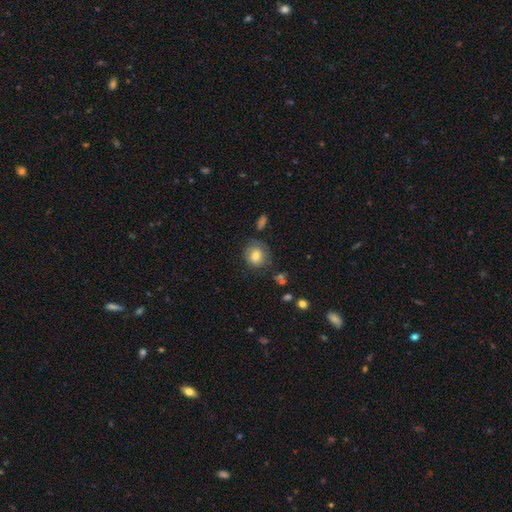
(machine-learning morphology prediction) smooth-or-featured: smooth: 75% | featured or disk: 16% | star or artifact: 10%
  how-rounded: round: 76% | in between: 23% | cigar-shaped: 1%
  merging: none: 72% | minor disturbance: 19% | major disturbance: 6% | merger: 3%